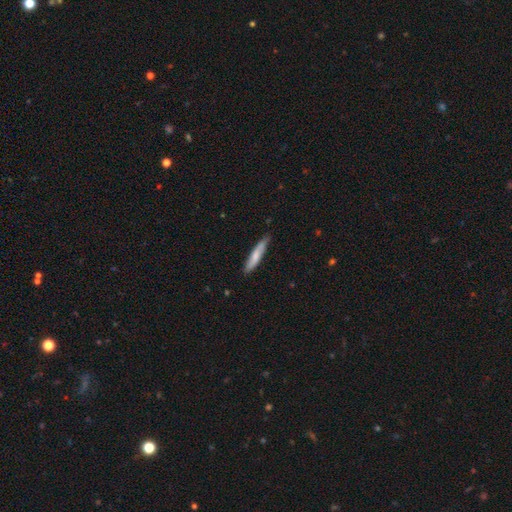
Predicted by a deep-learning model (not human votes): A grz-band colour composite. It shows a smooth galaxy with no disk features (70%) that is cigar-shaped (90%). Merging: none (80%).